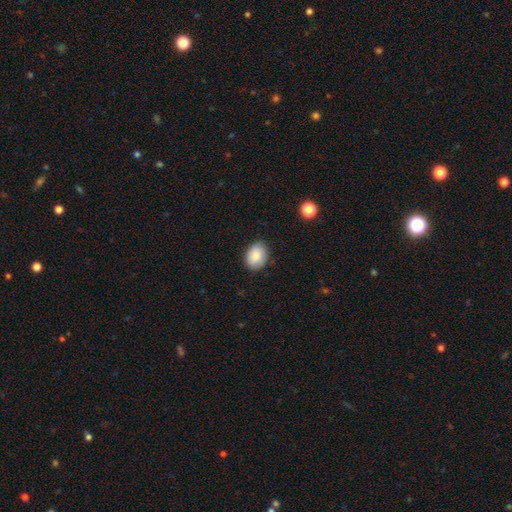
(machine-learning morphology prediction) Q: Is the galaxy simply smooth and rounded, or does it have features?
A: smooth — 87%.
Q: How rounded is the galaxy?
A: in between — 68%.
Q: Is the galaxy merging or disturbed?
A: none — 83%.